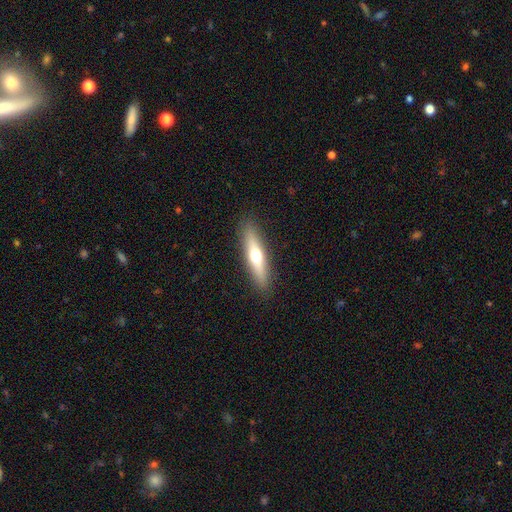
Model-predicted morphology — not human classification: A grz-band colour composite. It shows a smooth galaxy with no disk features (51%) that is cigar-shaped (78%). Merging: none (90%).